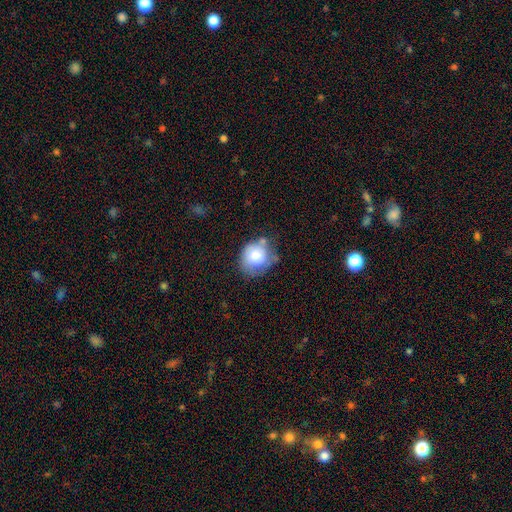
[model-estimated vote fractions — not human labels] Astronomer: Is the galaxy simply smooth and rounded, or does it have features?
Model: smooth — 73%.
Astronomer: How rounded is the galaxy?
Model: round — 70%.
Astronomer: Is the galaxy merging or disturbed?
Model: none — 45% (runner-up: minor disturbance, 34%).